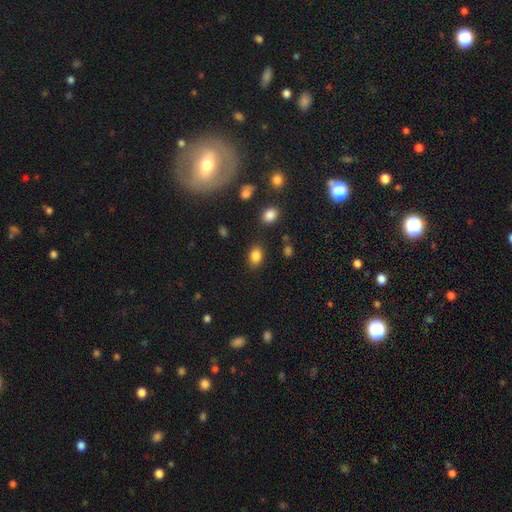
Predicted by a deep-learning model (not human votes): A smooth galaxy with no disk features (84%) that is in between round and cigar-shaped (76%). Merging: none (83%).